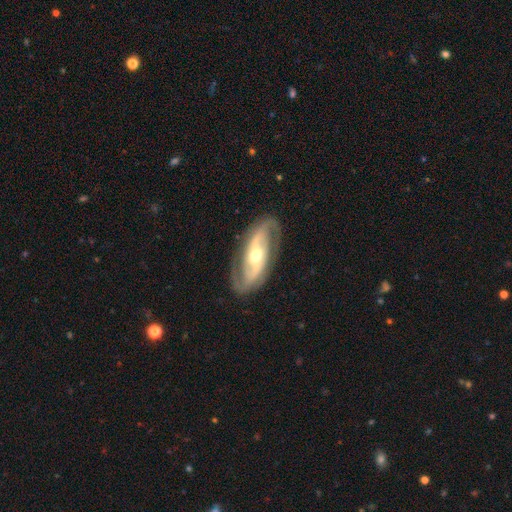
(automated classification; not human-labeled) A featured or disk galaxy (87%) with no bar (40%), 2 (89%) medium (46%) spiral arms (94%) and a moderate central bulge (60%). Merging: none (82%).